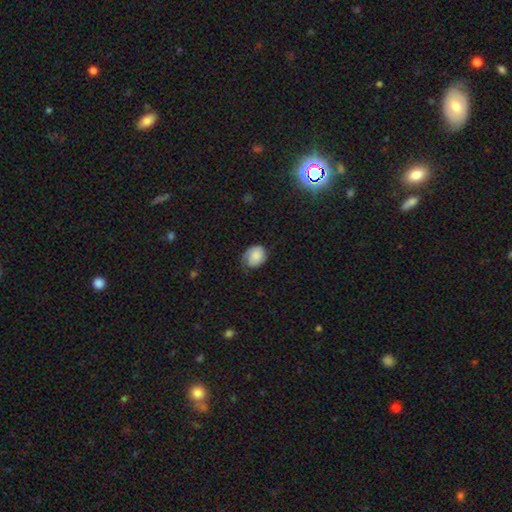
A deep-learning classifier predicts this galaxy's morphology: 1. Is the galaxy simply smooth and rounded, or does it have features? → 76% smooth, 16% featured or disk, 8% star or artifact.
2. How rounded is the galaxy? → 54% round, 45% in between, 1% cigar-shaped.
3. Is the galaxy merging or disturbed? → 59% none, 31% minor disturbance, 9% major disturbance, 1% merger.